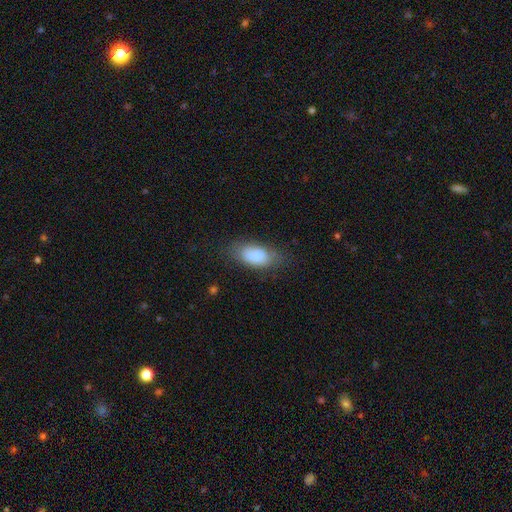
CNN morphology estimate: smooth-or-featured: smooth: 84% | featured or disk: 9% | star or artifact: 7%
  how-rounded: in between: 89% | cigar-shaped: 8% | round: 4%
  merging: none: 69% | minor disturbance: 22% | major disturbance: 8% | merger: 2%